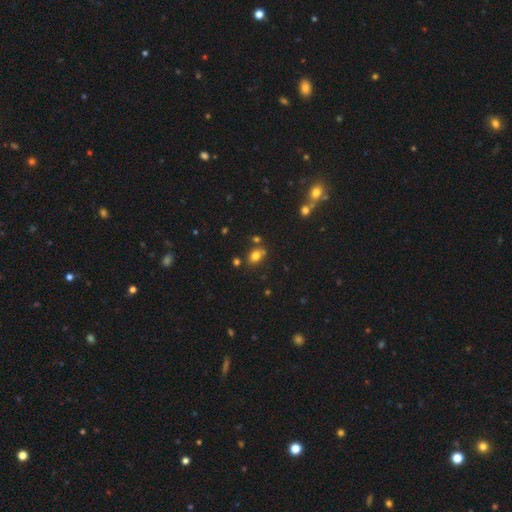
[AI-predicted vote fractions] Morphology: type=smooth (77%); roundness=in between (64%); merging=none (68%).